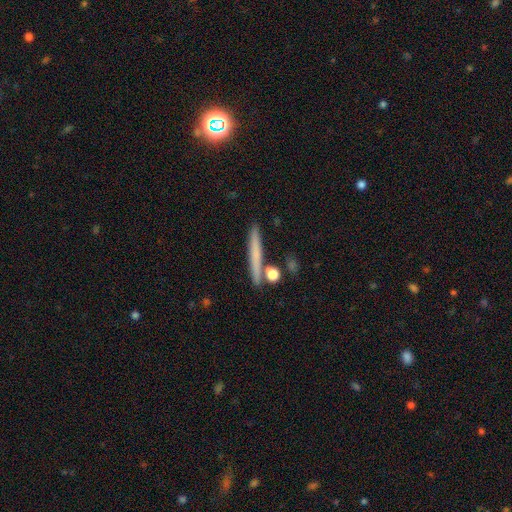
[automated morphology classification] Overall: smooth (60%; featured or disk 32%). How rounded: cigar-shaped (93%). Merging: none (81%).